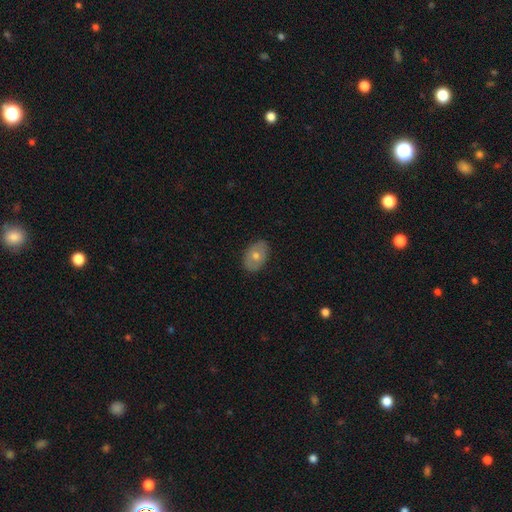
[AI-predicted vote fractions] Q: Smooth or featured?
A: smooth (56%); runner-up: featured or disk (37%)
Q: How rounded?
A: in between (83%); runner-up: round (16%)
Q: Merging?
A: none (86%); runner-up: minor disturbance (11%)